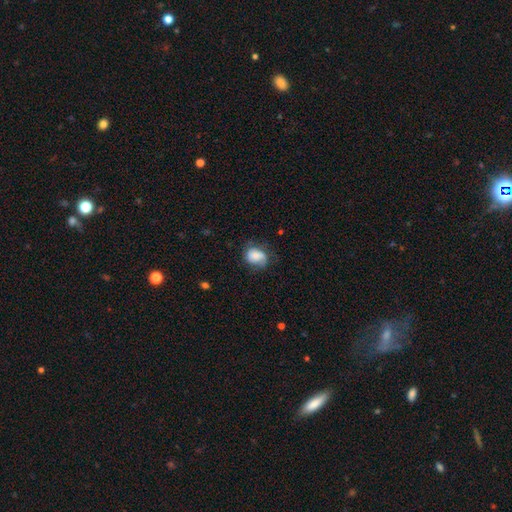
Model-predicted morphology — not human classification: The model was most divided on "how rounded": in between: 56%, round: 43%, cigar-shaped: 1%. More confident: smooth or featured — smooth (65%); merging — none (54%).